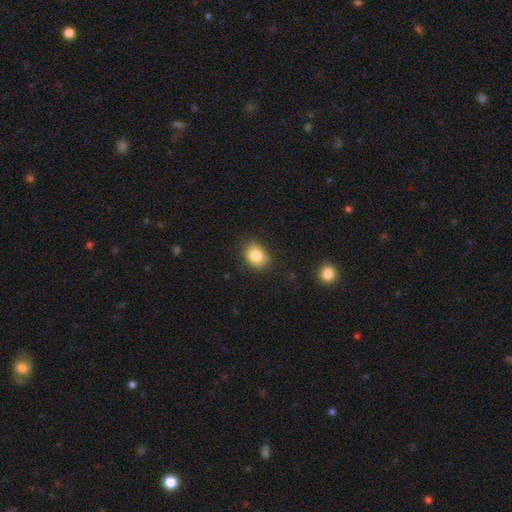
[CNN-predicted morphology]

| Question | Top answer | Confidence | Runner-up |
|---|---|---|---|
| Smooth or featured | smooth | 84% | star or artifact (9%) |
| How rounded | round | 50% | in between (49%) |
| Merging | none | 83% | minor disturbance (13%) |